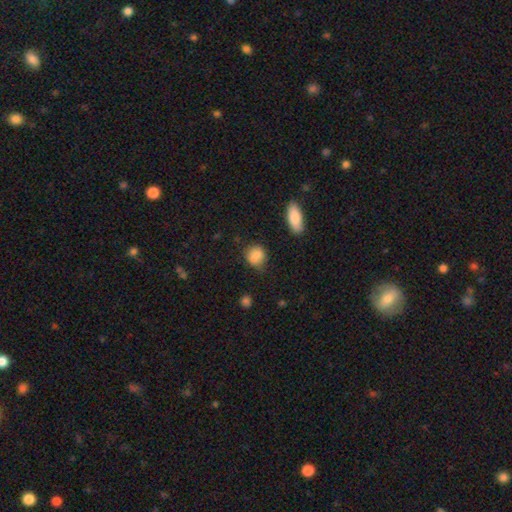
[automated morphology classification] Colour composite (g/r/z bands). It shows a smooth galaxy with no disk features (83%) that is round (65%). Merging: none (66%).